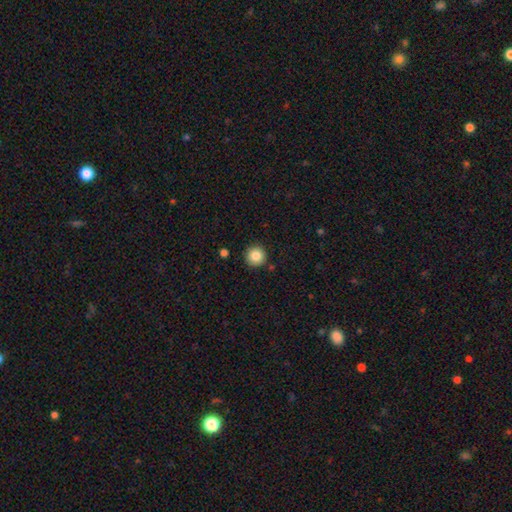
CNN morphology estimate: type=smooth (85%); roundness=round (96%); merging=none (90%).